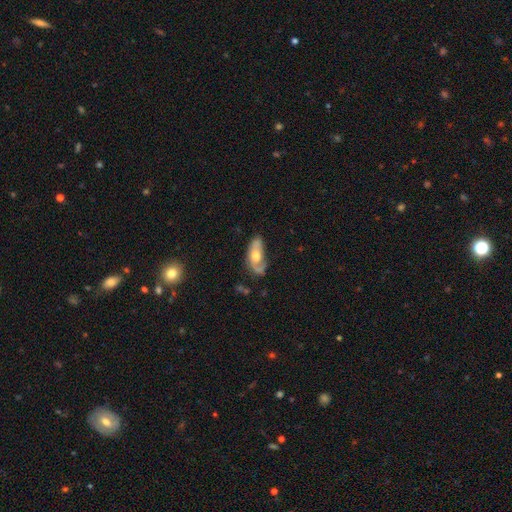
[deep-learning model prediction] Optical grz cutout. It shows a featured or disk galaxy (57%). Merging: none (47%).